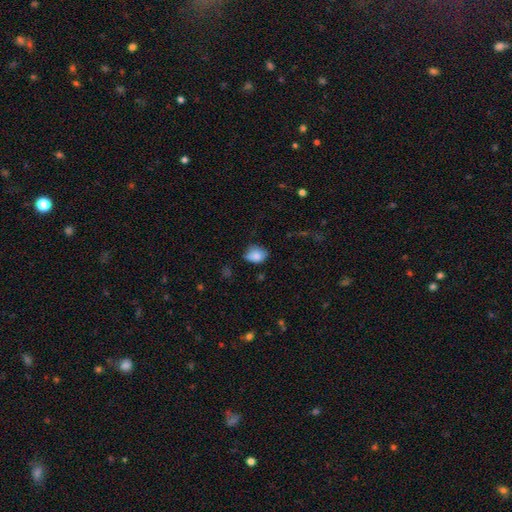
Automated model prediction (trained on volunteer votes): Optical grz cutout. It shows a smooth galaxy with no disk features (83%) that is in between round and cigar-shaped (67%). Merging: none (57%).